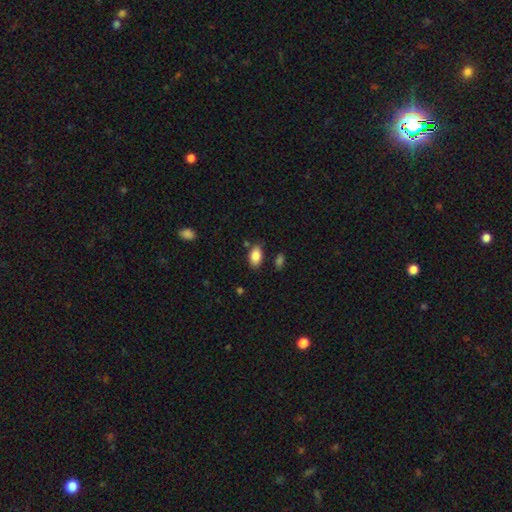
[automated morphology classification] Smooth or featured? Predicted: smooth (p=0.86). How rounded? Predicted: in between (p=0.92). Merging? Predicted: none (p=0.80).